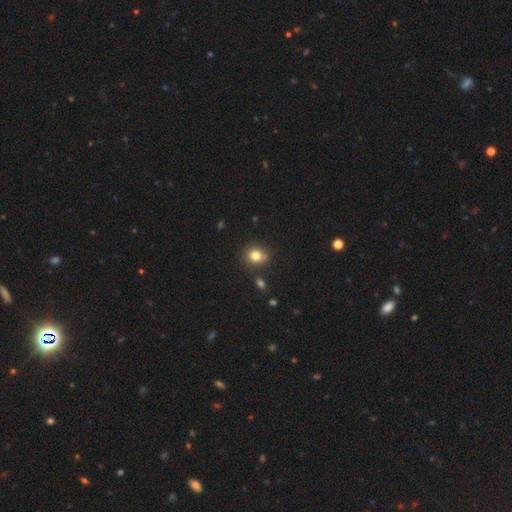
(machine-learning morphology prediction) Smooth or featured: smooth — 79% (star or artifact — 13%)
How rounded: round — 75% (in between — 24%)
Merging: none — 74% (minor disturbance — 14%)